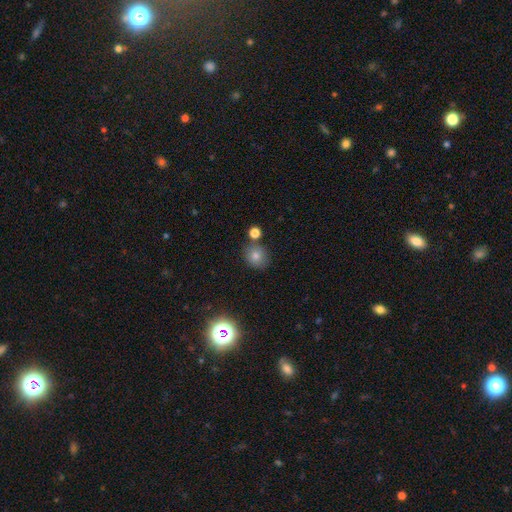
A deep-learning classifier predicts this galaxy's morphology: Overall: smooth (77%). How rounded: round (81%). Merging: none (73%).